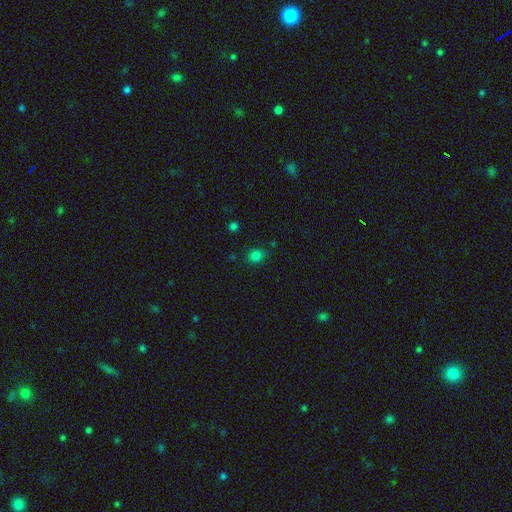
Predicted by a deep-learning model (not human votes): A smooth galaxy with no disk features (79%) that is round (56%). Merging: none (80%).